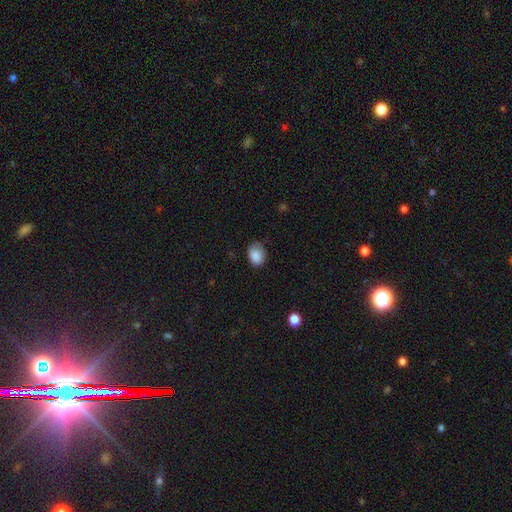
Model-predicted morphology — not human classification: smooth 86%, star or artifact 8%, featured or disk 6%. Down the decision tree: how rounded — in between (68%); merging — none (61%).